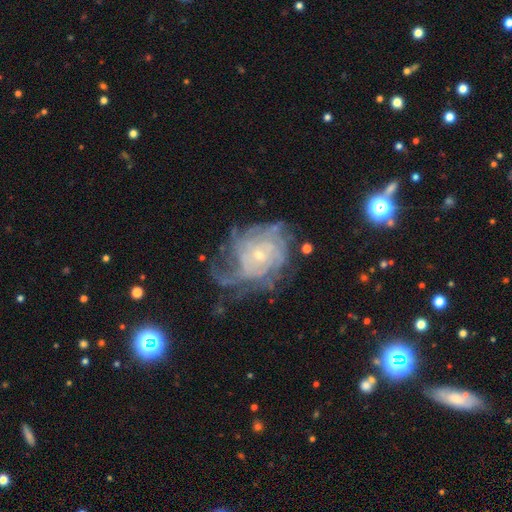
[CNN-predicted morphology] Smooth or featured? Predicted: featured or disk (p=0.77). Edge-on disk? Predicted: no (p=0.96). Bar? Predicted: no (p=0.76). Spiral arms? Predicted: yes (p=0.90). Spiral winding? Predicted: tight (p=0.62). Spiral arm count? Predicted: can't tell (p=0.47). Bulge size? Predicted: small (p=0.77). Merging? Predicted: none (p=0.59).